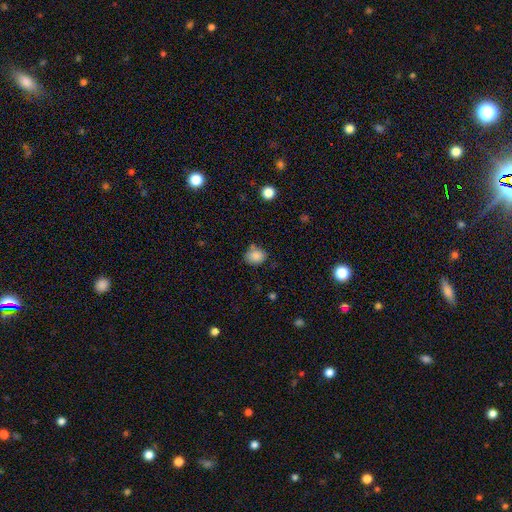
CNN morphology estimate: smooth-or-featured: smooth: 85% | star or artifact: 10% | featured or disk: 5%
  how-rounded: round: 63% | in between: 36% | cigar-shaped: 1%
  merging: none: 67% | minor disturbance: 22% | merger: 6% | major disturbance: 5%